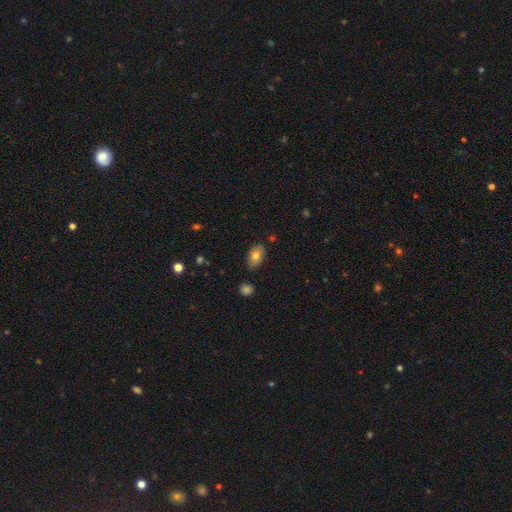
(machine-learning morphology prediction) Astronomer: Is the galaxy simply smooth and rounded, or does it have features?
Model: smooth — 77%.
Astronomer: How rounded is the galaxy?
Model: in between — 91%.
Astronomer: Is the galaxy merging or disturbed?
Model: none — 83%.